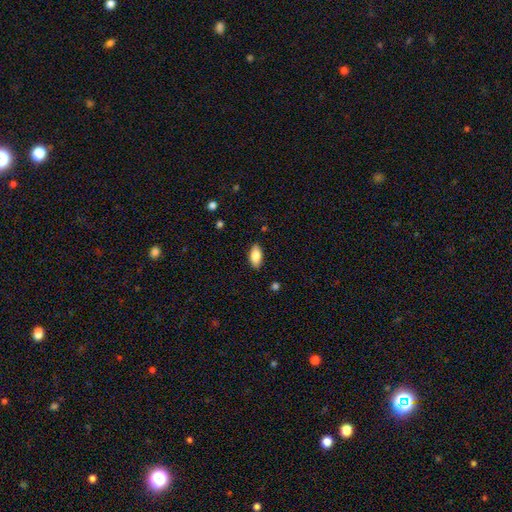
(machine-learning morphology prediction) Smooth or featured: smooth — 84% (featured or disk — 10%)
How rounded: in between — 91% (cigar-shaped — 7%)
Merging: none — 86% (minor disturbance — 11%)